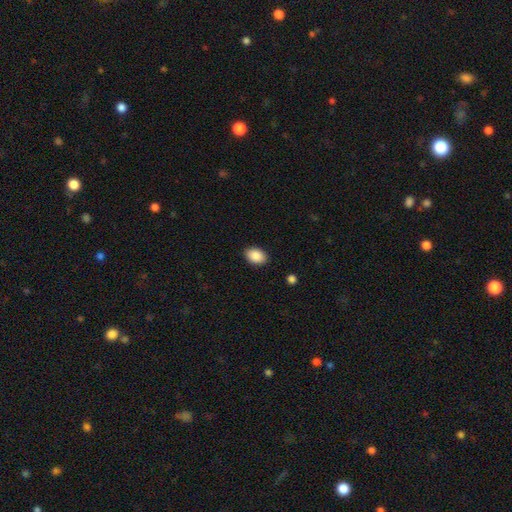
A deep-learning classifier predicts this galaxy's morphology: Q: Smooth or featured?
A: smooth (88%); runner-up: star or artifact (7%)
Q: How rounded?
A: in between (83%); runner-up: round (16%)
Q: Merging?
A: none (89%); runner-up: minor disturbance (8%)